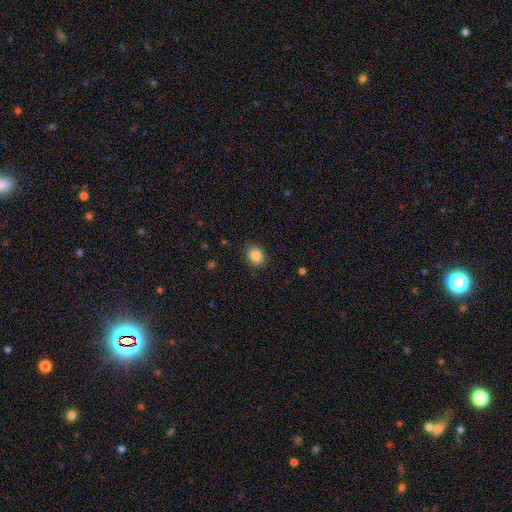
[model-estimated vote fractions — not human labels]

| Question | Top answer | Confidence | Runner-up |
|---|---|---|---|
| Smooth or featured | smooth | 87% | star or artifact (9%) |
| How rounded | round | 62% | in between (37%) |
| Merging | none | 87% | minor disturbance (10%) |